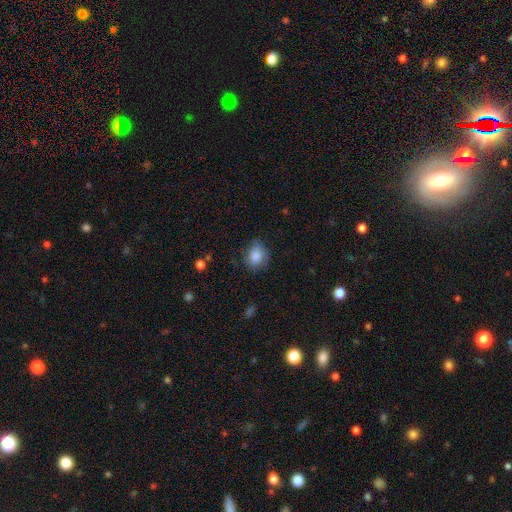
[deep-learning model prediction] The model was most divided on "how rounded": round: 50%, in between: 49%, cigar-shaped: 1%. More confident: smooth or featured — smooth (82%); merging — none (72%).